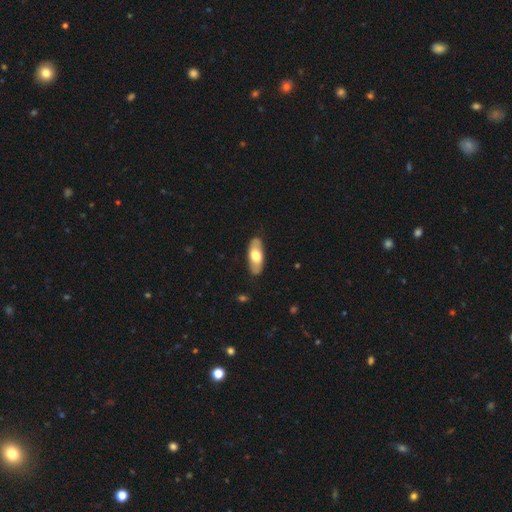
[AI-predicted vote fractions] A smooth galaxy with no disk features (62%) that is in between round and cigar-shaped (79%).

Vote fractions:
- Smooth or featured? smooth: 62% / featured or disk: 33% / star or artifact: 5%
- How rounded? in between: 79% / cigar-shaped: 18% / round: 2%
- Merging? none: 85% / minor disturbance: 12% / major disturbance: 2% / merger: 1%